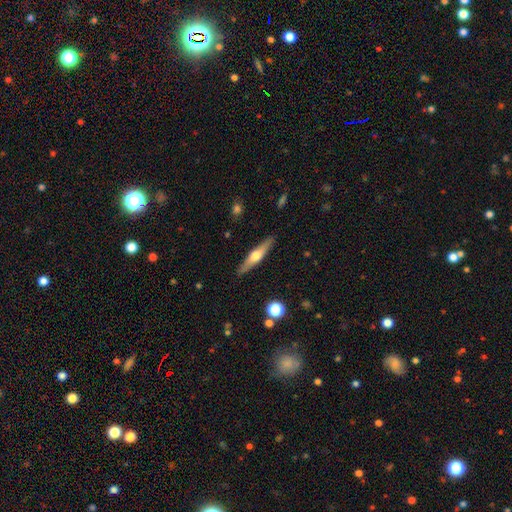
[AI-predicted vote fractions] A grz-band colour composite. It shows a featured or disk galaxy (59%) viewed edge-on (95%) with a rounded central bulge (92%). Merging: none (89%).